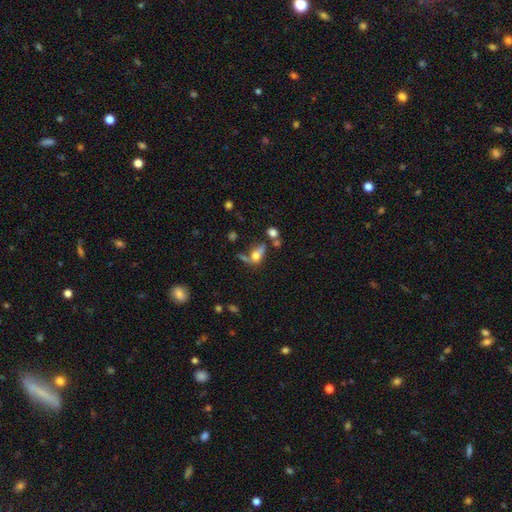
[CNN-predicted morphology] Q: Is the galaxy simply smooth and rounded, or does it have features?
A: smooth — 53%.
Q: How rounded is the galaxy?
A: in between — 63%.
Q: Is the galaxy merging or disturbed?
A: none — 36%.